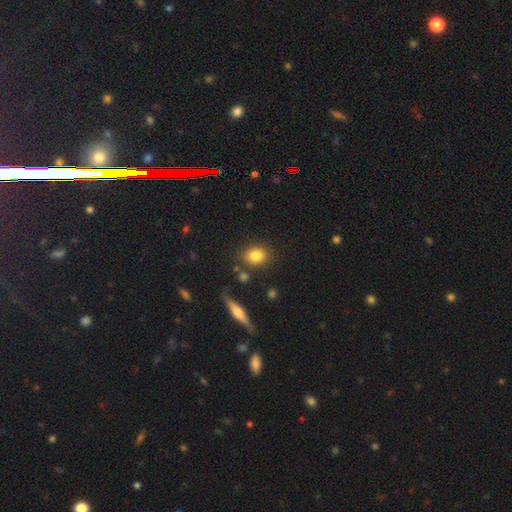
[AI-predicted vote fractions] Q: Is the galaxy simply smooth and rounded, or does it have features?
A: smooth — 82%.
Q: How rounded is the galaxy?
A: round — 51%.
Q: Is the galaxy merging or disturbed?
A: none — 82%.